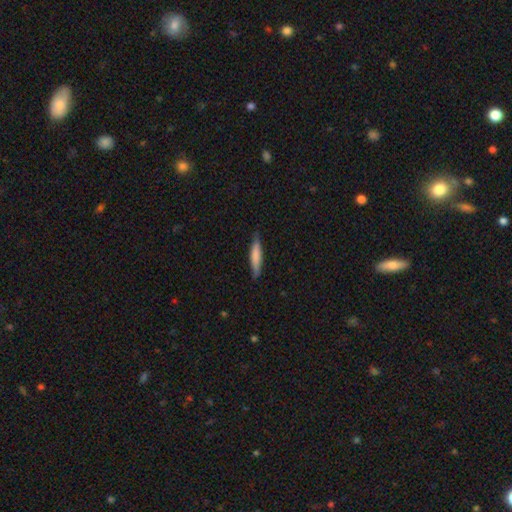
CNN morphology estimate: Smooth or featured? smooth (73%)
How rounded? cigar-shaped (87%)
Merging? none (83%)